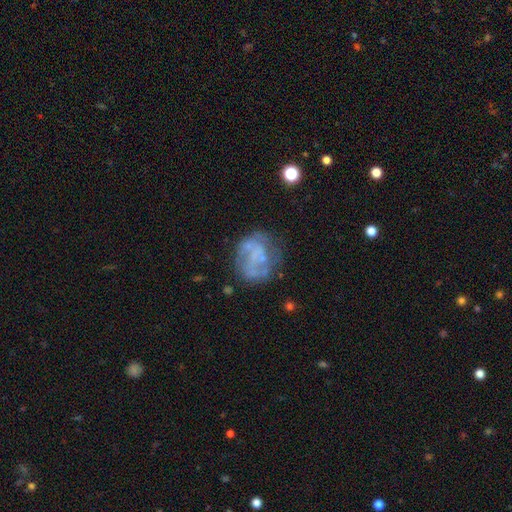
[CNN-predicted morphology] type=featured or disk (65%); edge-on=no (98%); bar=no (76%); spiral arms=no (56%); bulge=none (57%); merging=none (55%).